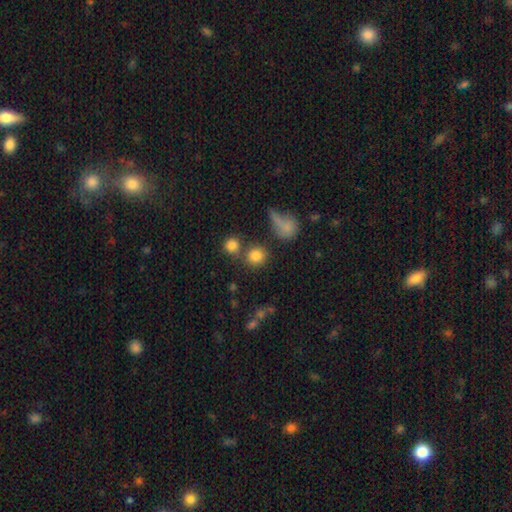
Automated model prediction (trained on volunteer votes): Q: Smooth or featured?
A: smooth (81%); runner-up: star or artifact (12%)
Q: How rounded?
A: round (83%); runner-up: in between (15%)
Q: Merging?
A: none (68%); runner-up: merger (18%)